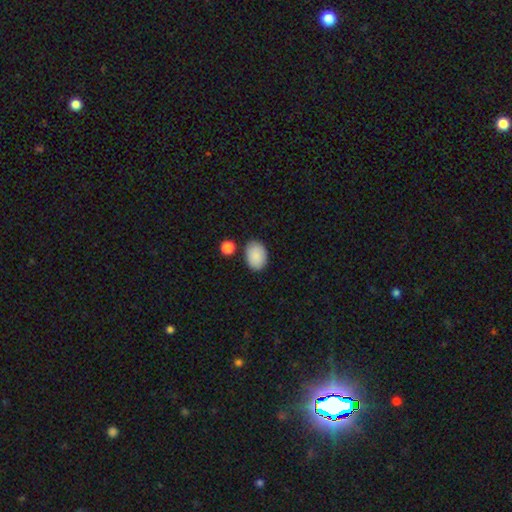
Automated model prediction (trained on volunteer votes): A smooth galaxy with no disk features (89%) that is in between round and cigar-shaped (85%). Merging: none (81%).